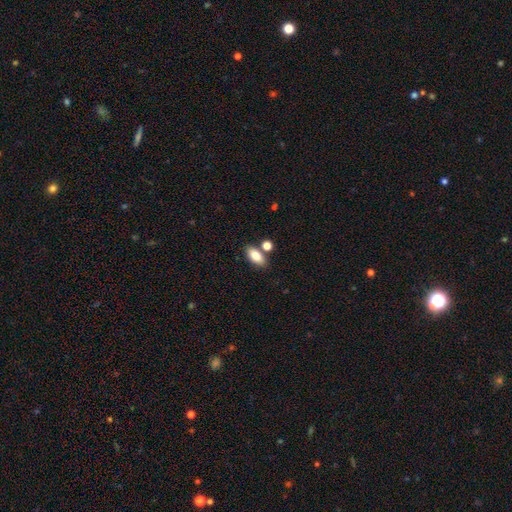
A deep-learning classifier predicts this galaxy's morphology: Smooth or featured?
  - smooth: 83% *
  - featured or disk: 9%
  - star or artifact: 8%
How rounded?
  - in between: 89% *
  - cigar-shaped: 6%
  - round: 5%
Merging?
  - none: 73% *
  - merger: 14%
  - minor disturbance: 10%
  - major disturbance: 3%